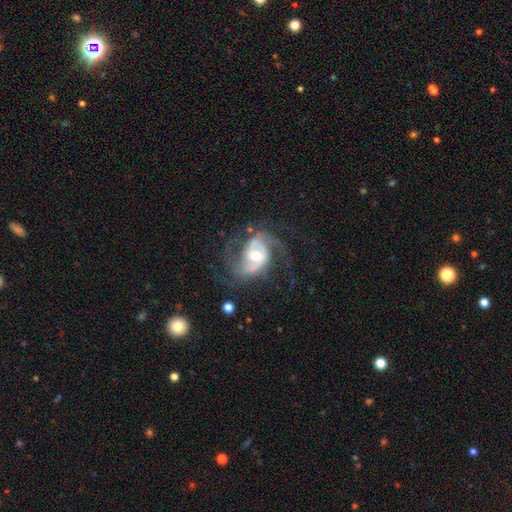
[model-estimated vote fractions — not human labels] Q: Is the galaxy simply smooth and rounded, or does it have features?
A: featured or disk — 89%.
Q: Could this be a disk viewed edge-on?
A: no — 98%.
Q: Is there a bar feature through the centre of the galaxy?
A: weak — 43%.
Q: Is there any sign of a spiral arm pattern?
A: yes — 97%.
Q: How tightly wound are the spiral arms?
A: medium — 52%.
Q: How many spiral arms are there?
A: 2 — 66%.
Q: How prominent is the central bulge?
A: moderate — 63%.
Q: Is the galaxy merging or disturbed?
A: none — 62%.